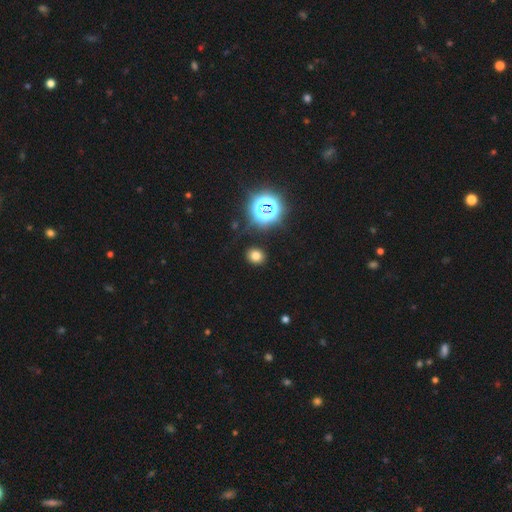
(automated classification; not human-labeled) Smooth or featured?
  - smooth: 73% *
  - star or artifact: 20%
  - featured or disk: 7%
How rounded?
  - round: 70% *
  - in between: 29%
  - cigar-shaped: 1%
Merging?
  - none: 88% *
  - minor disturbance: 8%
  - major disturbance: 3%
  - merger: 2%